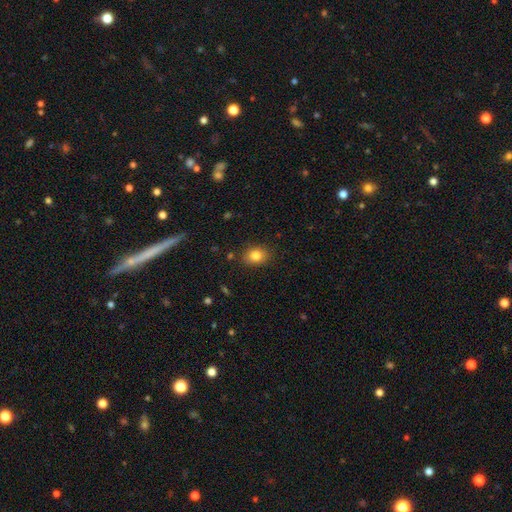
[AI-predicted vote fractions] Q: Smooth or featured?
A: smooth (83%); runner-up: star or artifact (10%)
Q: How rounded?
A: in between (55%); runner-up: round (44%)
Q: Merging?
A: none (86%); runner-up: minor disturbance (10%)